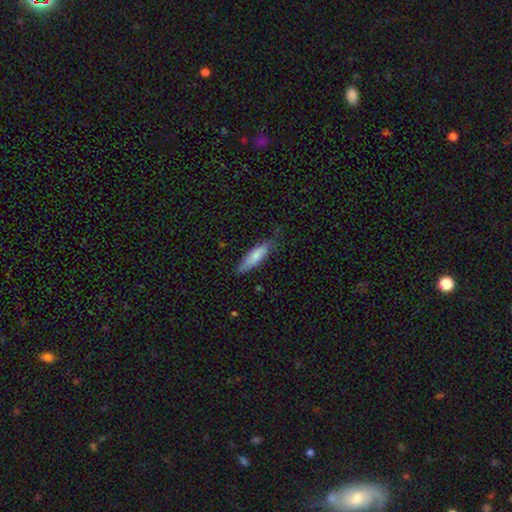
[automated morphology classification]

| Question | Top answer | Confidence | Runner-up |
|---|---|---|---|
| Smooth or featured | smooth | 74% | featured or disk (21%) |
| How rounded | cigar-shaped | 51% | in between (47%) |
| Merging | none | 71% | minor disturbance (23%) |